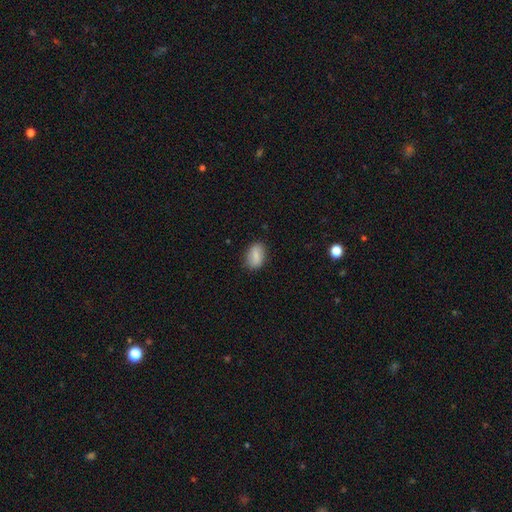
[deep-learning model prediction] smooth_or_featured: smooth (p=0.80) [alt: featured or disk p=0.13]
how_rounded: in between (p=0.85) [alt: round p=0.12]
merging: none (p=0.83) [alt: minor disturbance p=0.13]